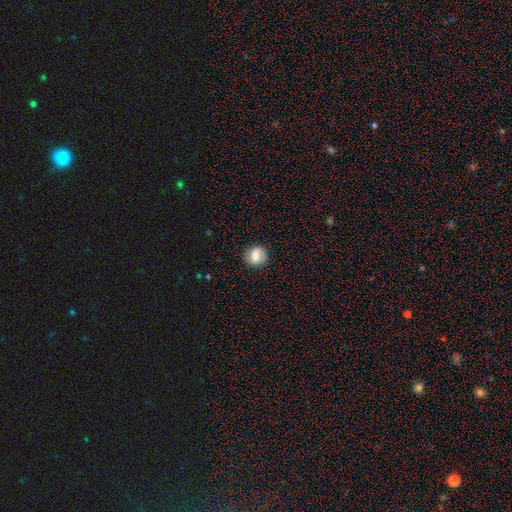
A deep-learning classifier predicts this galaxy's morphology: A smooth galaxy with no disk features (73%) that is round (74%).

Vote fractions:
- Smooth or featured? smooth: 73% / featured or disk: 18% / star or artifact: 9%
- How rounded? round: 74% / in between: 24% / cigar-shaped: 1%
- Merging? none: 85% / minor disturbance: 11% / major disturbance: 3% / merger: 1%